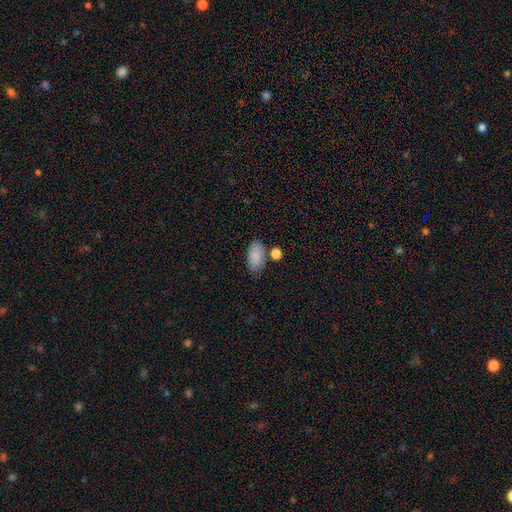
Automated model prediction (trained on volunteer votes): A smooth galaxy with no disk features (86%) that is in between round and cigar-shaped (93%). Merging: none (67%).